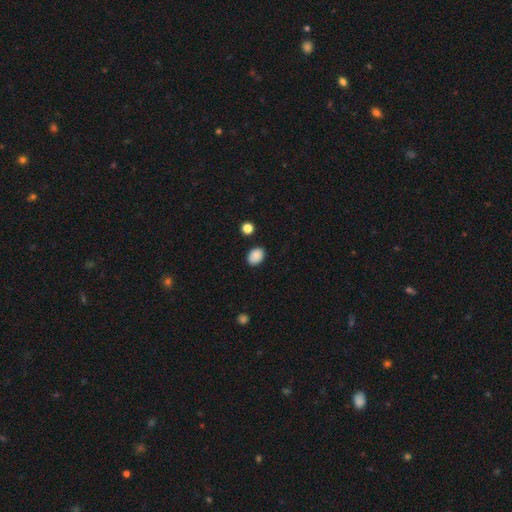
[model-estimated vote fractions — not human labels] Q: Smooth or featured?
A: smooth (88%); runner-up: star or artifact (9%)
Q: How rounded?
A: in between (70%); runner-up: round (29%)
Q: Merging?
A: none (85%); runner-up: minor disturbance (11%)